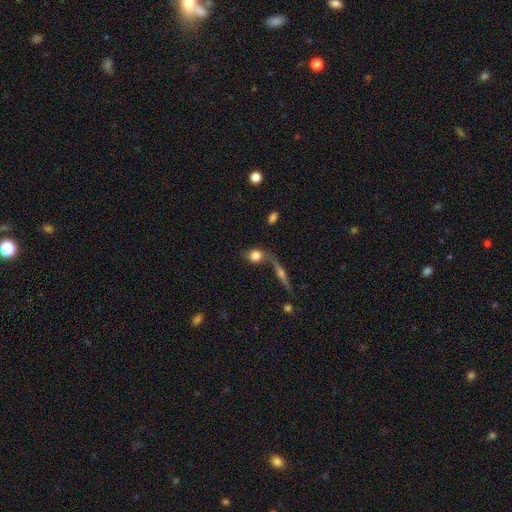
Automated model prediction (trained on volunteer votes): Smooth or featured? smooth (70%)
How rounded? round (60%)
Merging? none (47%)